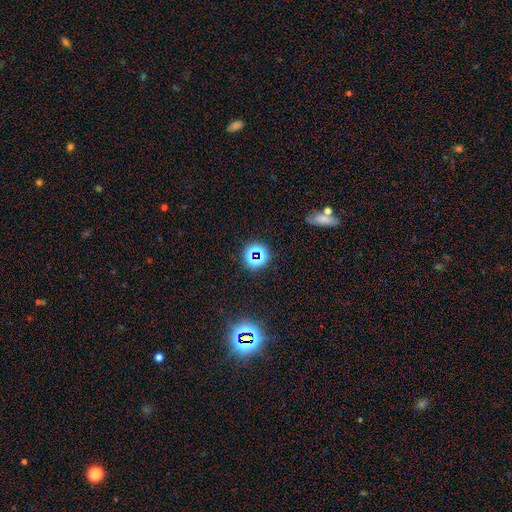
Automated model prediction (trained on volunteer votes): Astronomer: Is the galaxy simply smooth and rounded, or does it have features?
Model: star or artifact — 65%.